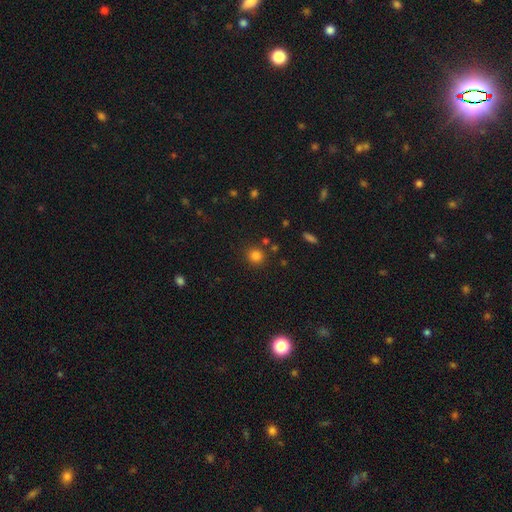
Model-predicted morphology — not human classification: Smooth or featured? smooth (82%)
How rounded? round (90%)
Merging? none (84%)